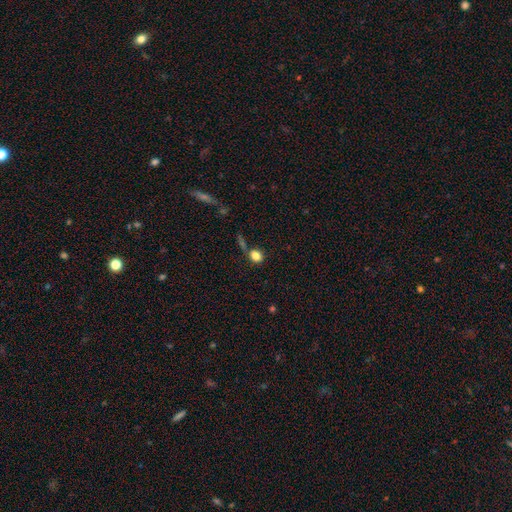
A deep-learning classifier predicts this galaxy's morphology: smooth 82%, star or artifact 10%, featured or disk 7%. Down the decision tree: how rounded — round (62%); merging — none (58%).